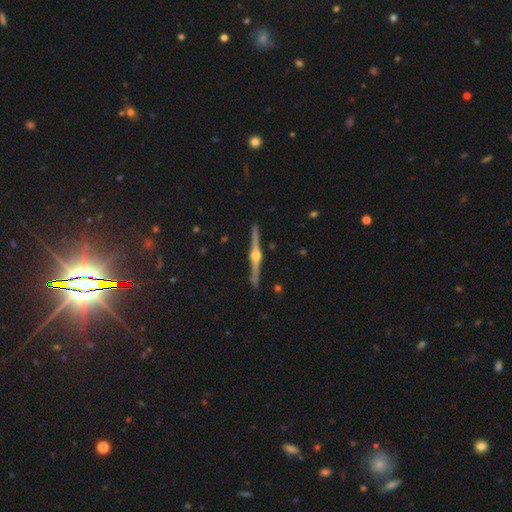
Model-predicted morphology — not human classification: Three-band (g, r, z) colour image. It shows a featured or disk galaxy (89%) viewed edge-on (99%) with a rounded central bulge (96%). Merging: none (92%).